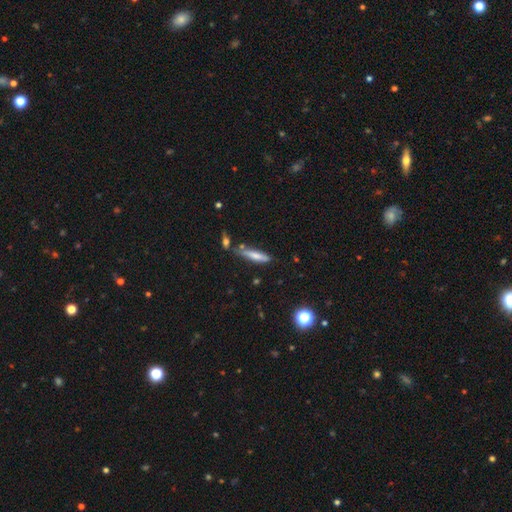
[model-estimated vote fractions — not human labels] smooth-or-featured: smooth: 65% | featured or disk: 27% | star or artifact: 8%
  how-rounded: cigar-shaped: 81% | in between: 17% | round: 2%
  merging: none: 67% | minor disturbance: 18% | merger: 11% | major disturbance: 4%